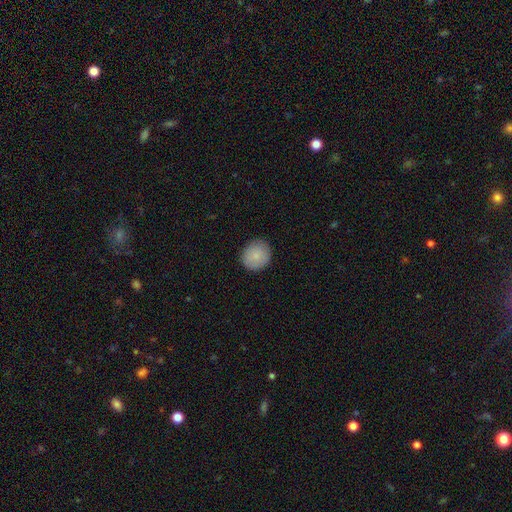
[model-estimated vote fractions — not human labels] smooth-or-featured: smooth: 87% | star or artifact: 7% | featured or disk: 6%
  how-rounded: round: 82% | in between: 17% | cigar-shaped: 1%
  merging: none: 88% | minor disturbance: 9% | major disturbance: 2% | merger: 1%